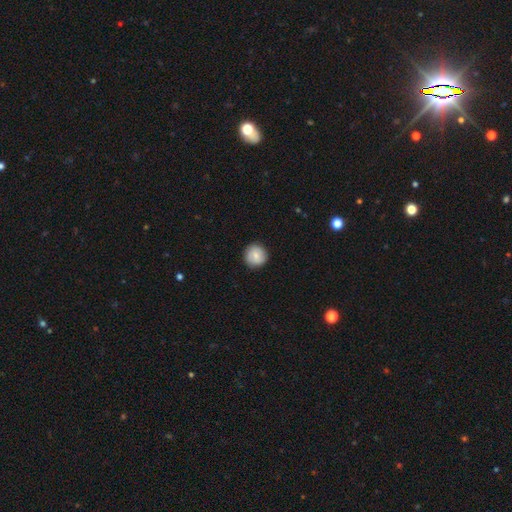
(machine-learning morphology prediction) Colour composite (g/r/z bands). It shows a smooth galaxy with no disk features (75%) that is round (94%). Merging: none (89%).